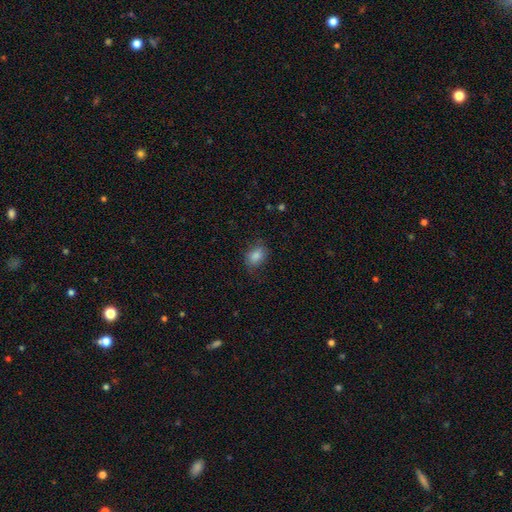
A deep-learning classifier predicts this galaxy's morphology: smooth_or_featured: smooth (p=0.83) [alt: star or artifact p=0.10]
how_rounded: in between (p=0.67) [alt: round p=0.32]
merging: none (p=0.76) [alt: minor disturbance p=0.18]